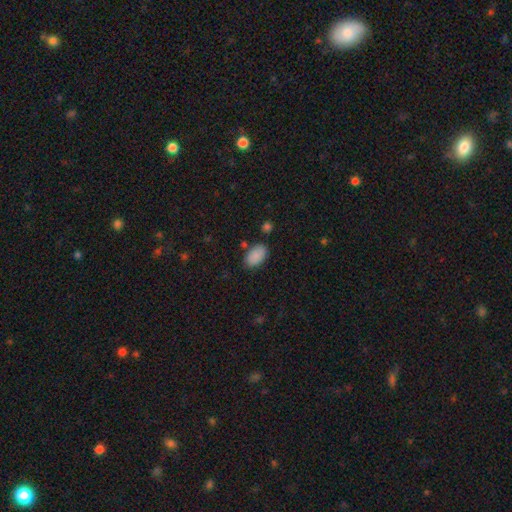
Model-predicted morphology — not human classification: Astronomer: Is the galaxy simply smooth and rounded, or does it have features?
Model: smooth — 89%.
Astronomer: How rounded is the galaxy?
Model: in between — 93%.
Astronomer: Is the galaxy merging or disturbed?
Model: none — 80%.